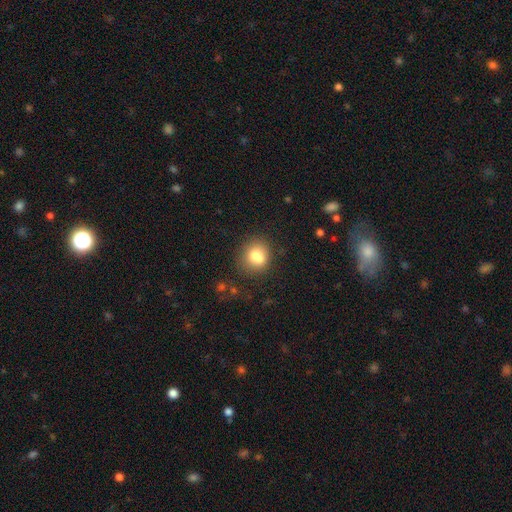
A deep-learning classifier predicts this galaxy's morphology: A smooth galaxy with no disk features (76%) that is round (71%). Merging: none (64%).